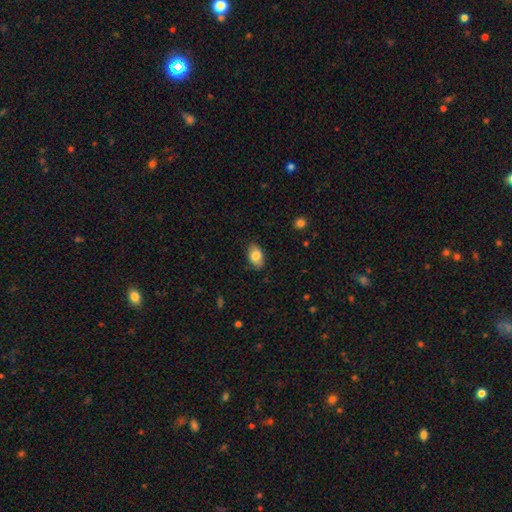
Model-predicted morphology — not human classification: This appears to be a smooth galaxy with no disk features (84%) that is in between round and cigar-shaped (90%). Merging: none (85%).